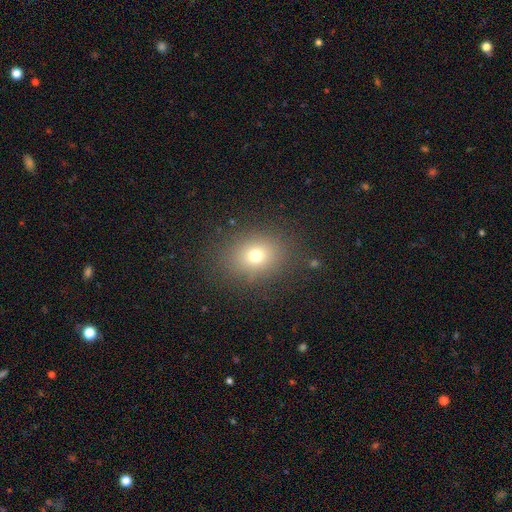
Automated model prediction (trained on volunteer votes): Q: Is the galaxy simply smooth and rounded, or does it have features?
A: smooth — 71%.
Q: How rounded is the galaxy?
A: round — 57%.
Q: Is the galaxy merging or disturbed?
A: none — 84%.